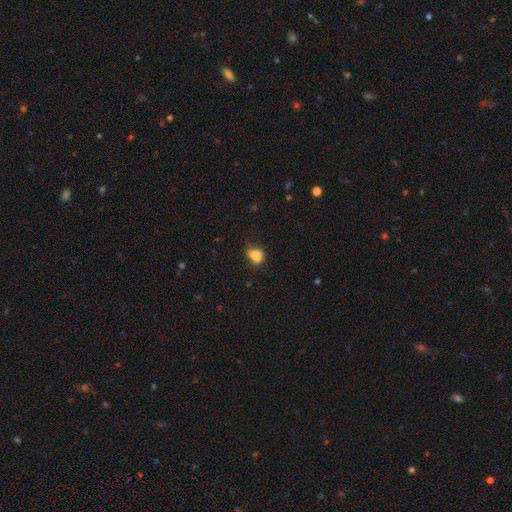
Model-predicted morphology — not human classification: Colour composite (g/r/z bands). It shows a smooth galaxy with no disk features (81%) that is in between round and cigar-shaped (61%). Merging: none (43%).